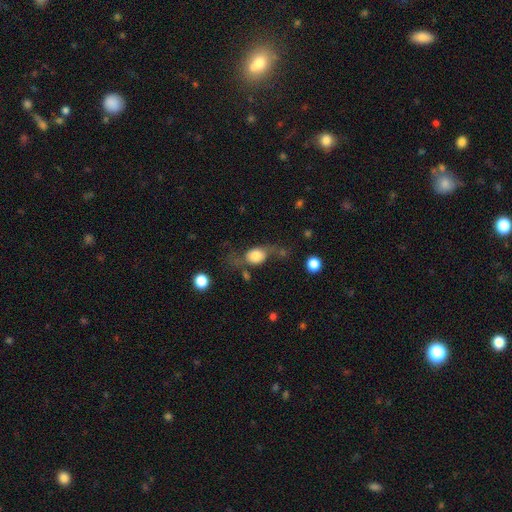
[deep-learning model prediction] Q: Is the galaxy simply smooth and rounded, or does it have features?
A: smooth — 50%.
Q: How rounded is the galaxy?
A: round — 48%, tied with in between.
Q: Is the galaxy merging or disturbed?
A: none — 45%.